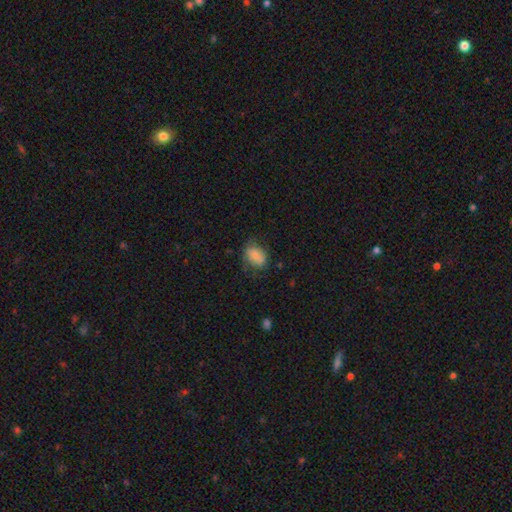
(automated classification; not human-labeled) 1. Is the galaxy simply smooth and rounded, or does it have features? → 69% smooth, 22% featured or disk, 8% star or artifact.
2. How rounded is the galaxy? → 72% in between, 27% round, 1% cigar-shaped.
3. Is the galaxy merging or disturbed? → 57% none, 27% minor disturbance, 15% major disturbance, 2% merger.